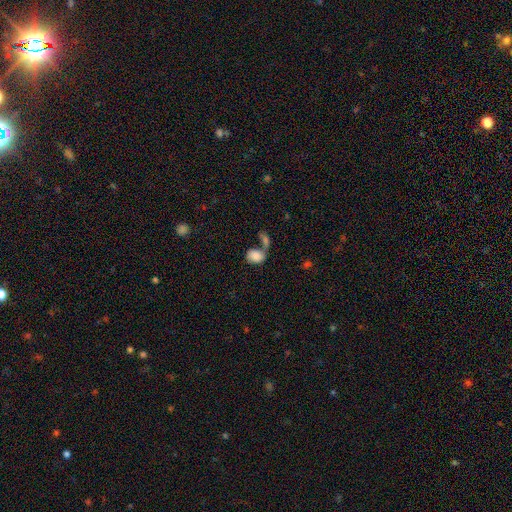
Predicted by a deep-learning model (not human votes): The model was most divided on "merging": merger: 50%, none: 29%, minor disturbance: 12%, major disturbance: 10%. More confident: smooth or featured — smooth (80%); how rounded — in between (72%).